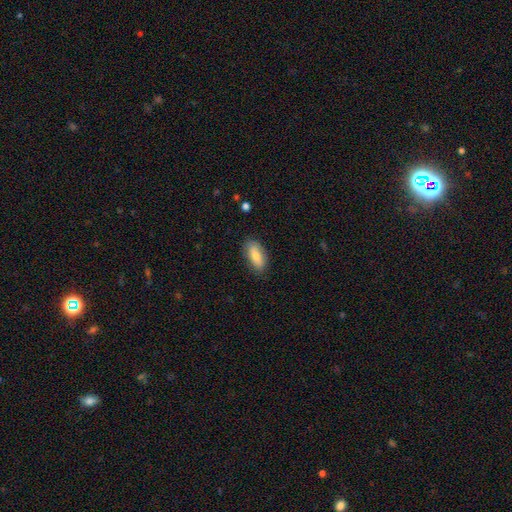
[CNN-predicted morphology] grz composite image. It shows a smooth galaxy with no disk features (80%) that is in between round and cigar-shaped (86%). Merging: none (82%).